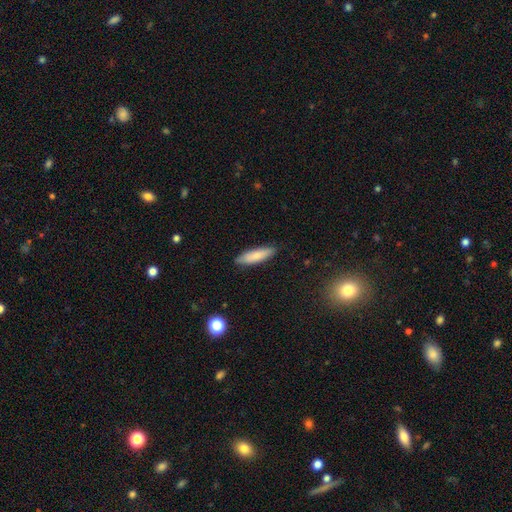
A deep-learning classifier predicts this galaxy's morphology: This appears to be a smooth galaxy with no disk features (80%) that is cigar-shaped (64%). Merging: none (88%).